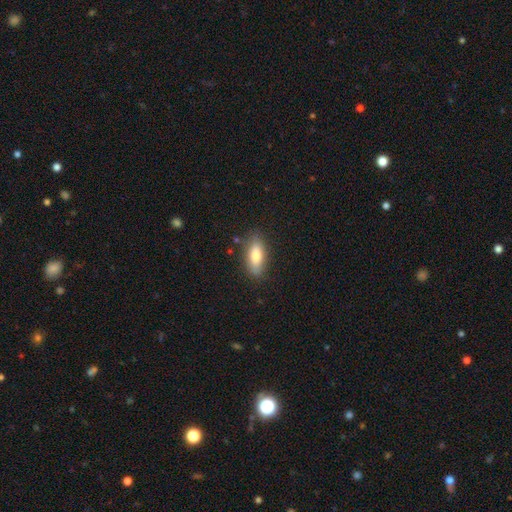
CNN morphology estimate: type=smooth (77%); roundness=in between (78%); merging=none (82%).